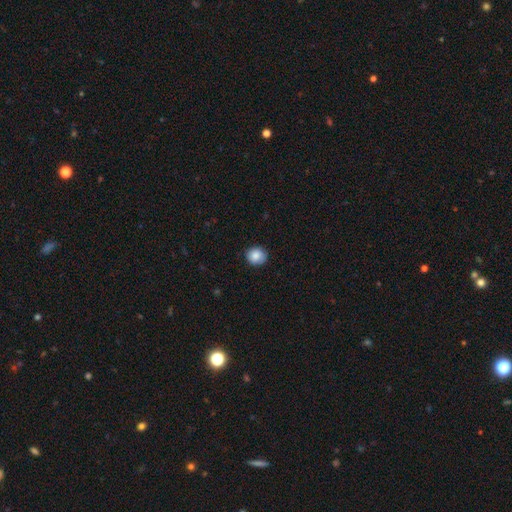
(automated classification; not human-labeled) Smooth or featured?
  - smooth: 85% *
  - star or artifact: 9%
  - featured or disk: 6%
How rounded?
  - round: 81% *
  - in between: 18%
  - cigar-shaped: 1%
Merging?
  - none: 83% *
  - minor disturbance: 14%
  - major disturbance: 3%
  - merger: 1%